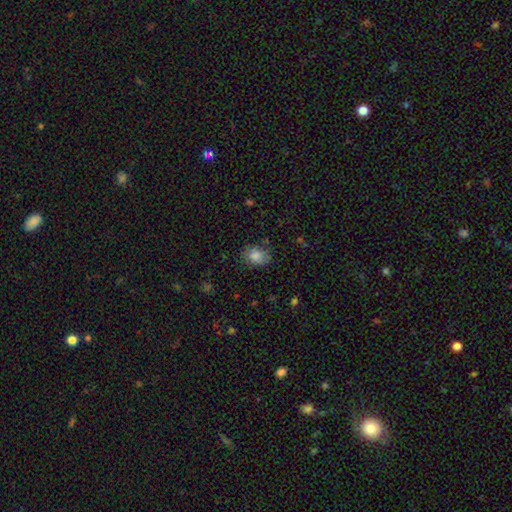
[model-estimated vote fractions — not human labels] Overall: smooth (83%). How rounded: in between (63%; round 36%). Merging: none (76%).